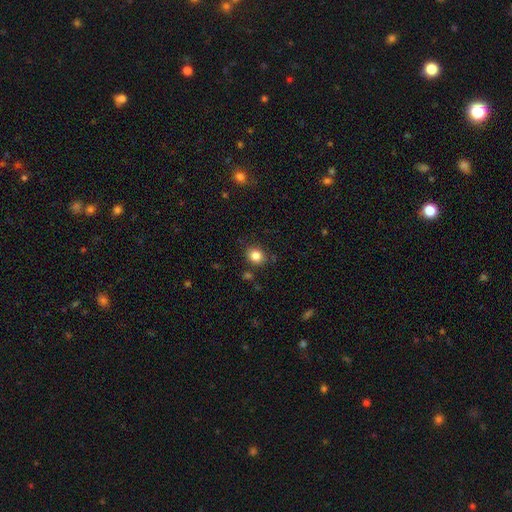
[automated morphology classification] Q: Smooth or featured?
A: smooth (84%); runner-up: star or artifact (11%)
Q: How rounded?
A: round (71%); runner-up: in between (29%)
Q: Merging?
A: none (83%); runner-up: minor disturbance (11%)